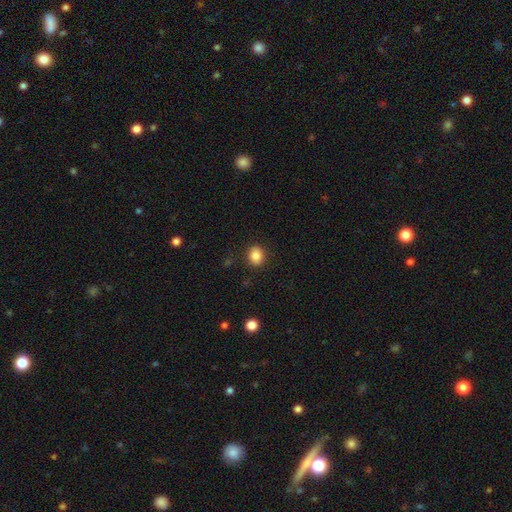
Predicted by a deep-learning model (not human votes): A smooth galaxy with no disk features (85%) that is round (53%).

Vote fractions:
- Smooth or featured? smooth: 85% / star or artifact: 10% / featured or disk: 5%
- How rounded? round: 53% / in between: 46% / cigar-shaped: 1%
- Merging? none: 87% / minor disturbance: 9% / major disturbance: 3% / merger: 1%